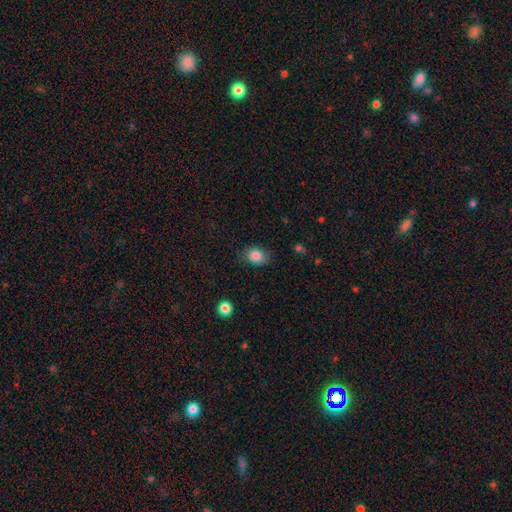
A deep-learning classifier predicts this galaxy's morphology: type=smooth (85%); roundness=in between (57%); merging=none (77%).